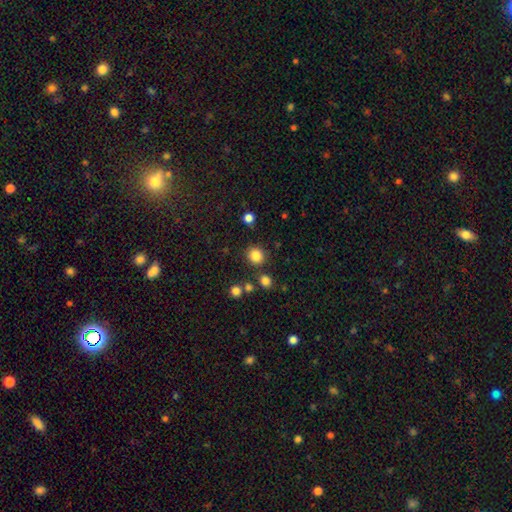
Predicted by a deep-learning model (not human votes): A smooth galaxy with no disk features (84%) that is round (91%). Merging: none (86%).